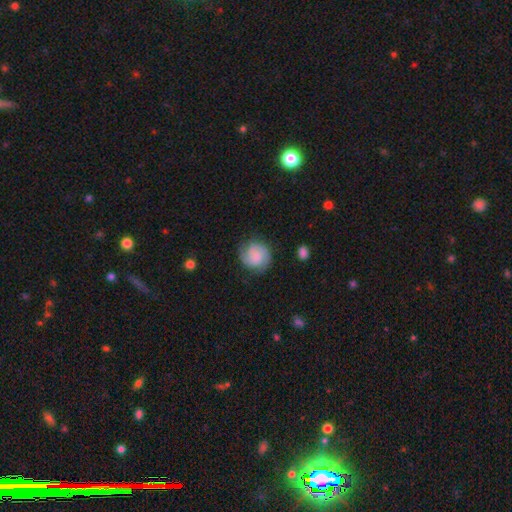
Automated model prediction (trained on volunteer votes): A featured or disk galaxy (49%). Merging: none (76%).